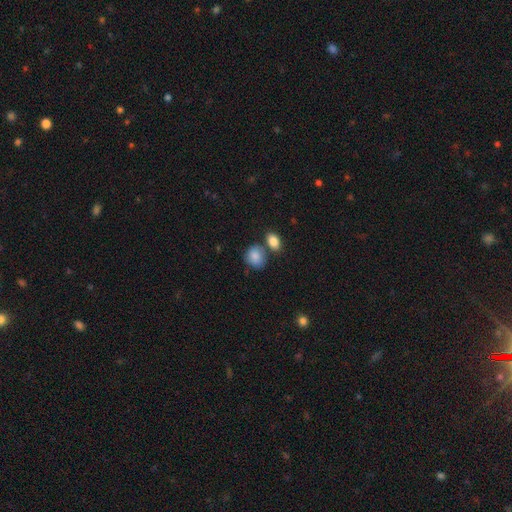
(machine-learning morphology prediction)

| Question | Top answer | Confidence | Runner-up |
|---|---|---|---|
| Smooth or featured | smooth | 86% | star or artifact (7%) |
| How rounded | round | 55% | in between (44%) |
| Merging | none | 57% | merger (22%) |